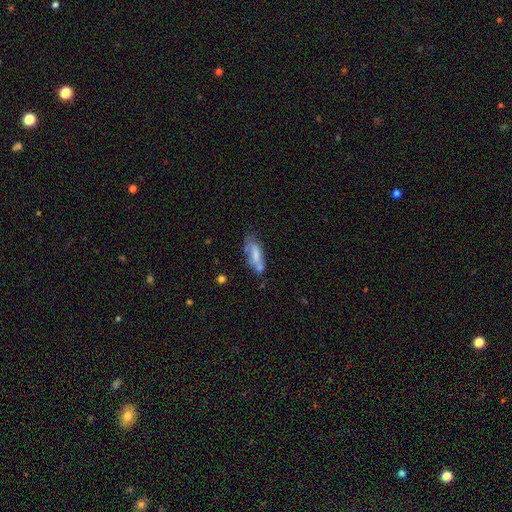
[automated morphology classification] This appears to be a smooth galaxy with no disk features (57%) that is in between round and cigar-shaped (62%). Merging: none (43%).